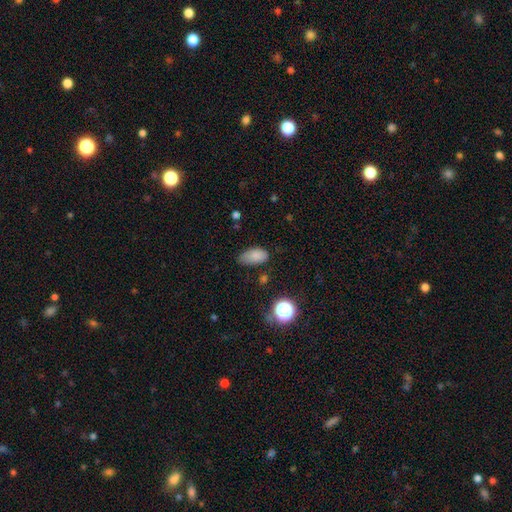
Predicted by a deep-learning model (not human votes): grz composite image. It shows a smooth galaxy with no disk features (82%) that is in between round and cigar-shaped (91%). Merging: none (59%).